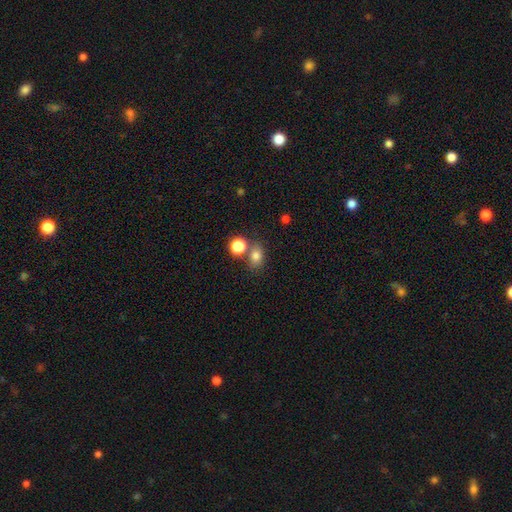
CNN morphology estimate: smooth-or-featured: smooth: 78% | star or artifact: 14% | featured or disk: 8%
  how-rounded: in between: 58% | round: 41% | cigar-shaped: 2%
  merging: none: 63% | merger: 21% | minor disturbance: 12% | major disturbance: 4%